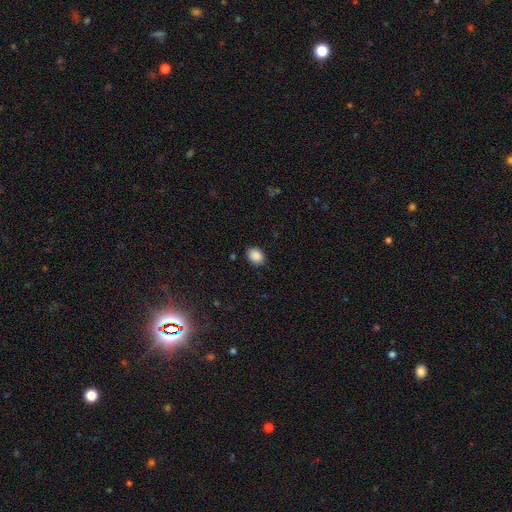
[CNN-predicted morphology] Smooth or featured: smooth — 89% (star or artifact — 8%)
How rounded: in between — 65% (round — 34%)
Merging: none — 86% (minor disturbance — 11%)